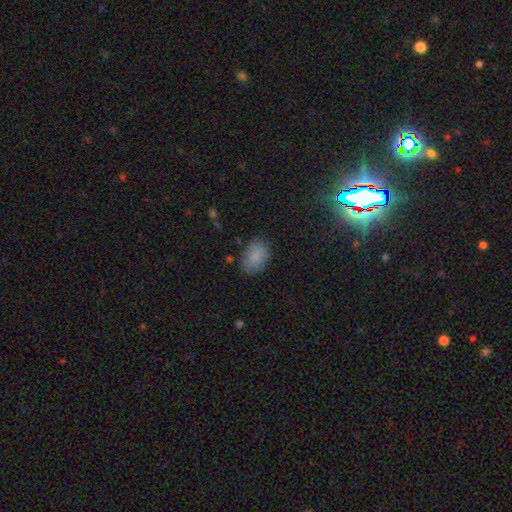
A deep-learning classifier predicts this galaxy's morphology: This appears to be a smooth galaxy with no disk features (85%) that is in between round and cigar-shaped (83%). Merging: none (80%).